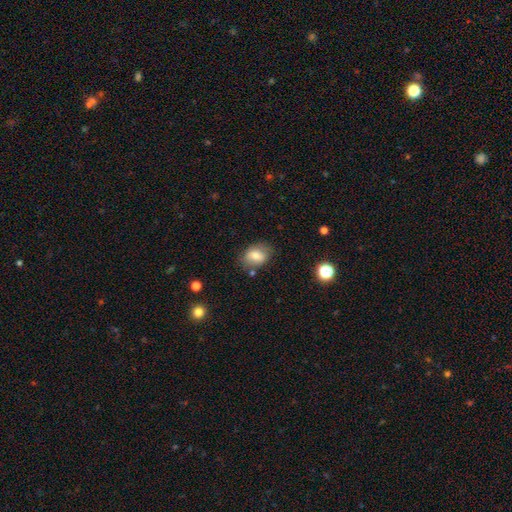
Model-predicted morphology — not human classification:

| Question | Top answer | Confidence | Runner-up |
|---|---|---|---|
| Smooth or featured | smooth | 74% | featured or disk (17%) |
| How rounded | in between | 69% | round (30%) |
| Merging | none | 72% | minor disturbance (18%) |